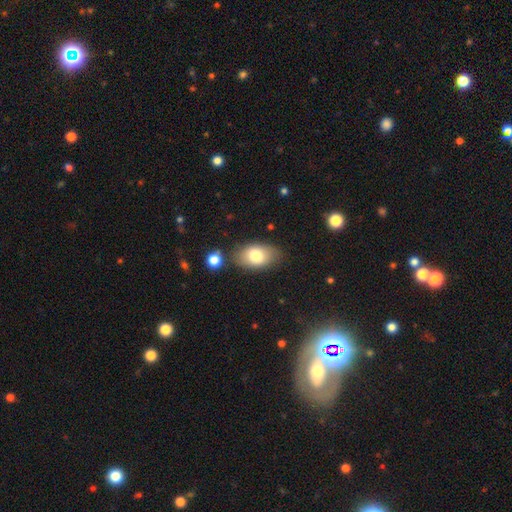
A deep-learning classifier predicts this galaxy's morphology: Smooth or featured? smooth (78%)
How rounded? in between (90%)
Merging? none (77%)